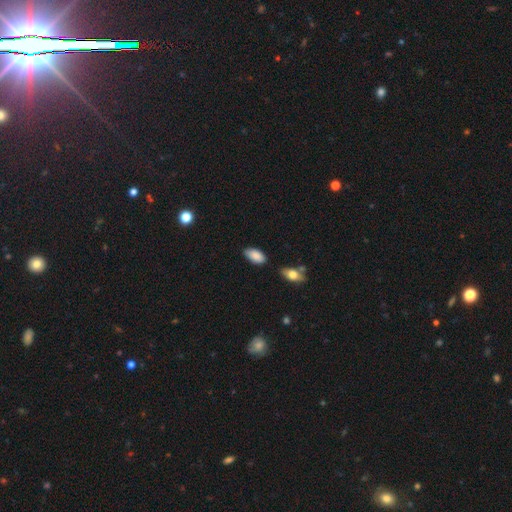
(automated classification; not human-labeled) Smooth or featured? Predicted: smooth (p=0.88). How rounded? Predicted: in between (p=0.93). Merging? Predicted: none (p=0.80).